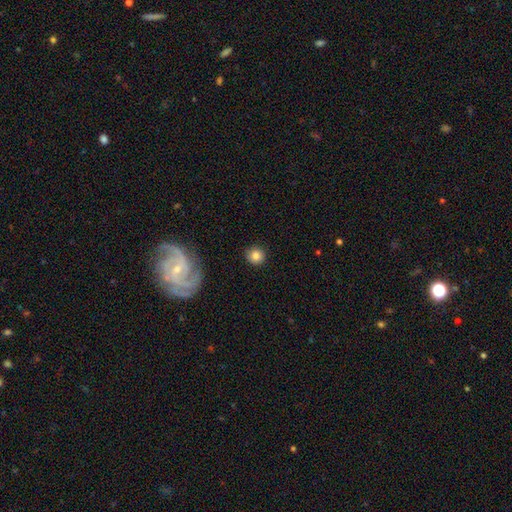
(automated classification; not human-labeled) Smooth or featured: smooth — 81% (star or artifact — 10%)
How rounded: round — 92% (in between — 7%)
Merging: none — 89% (minor disturbance — 8%)